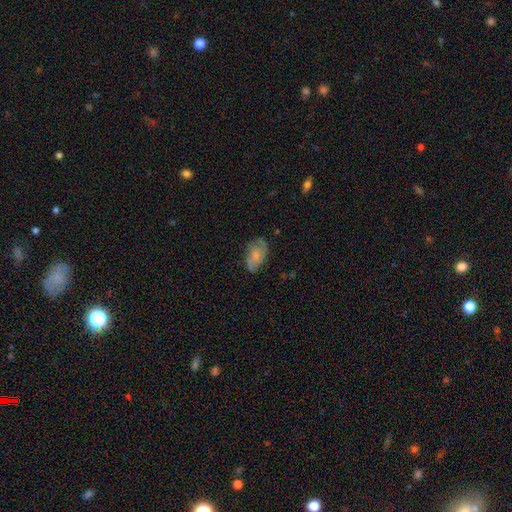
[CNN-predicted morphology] smooth_or_featured: smooth (p=0.48) [alt: featured or disk p=0.45]
merging: none (p=0.65) [alt: minor disturbance p=0.24]